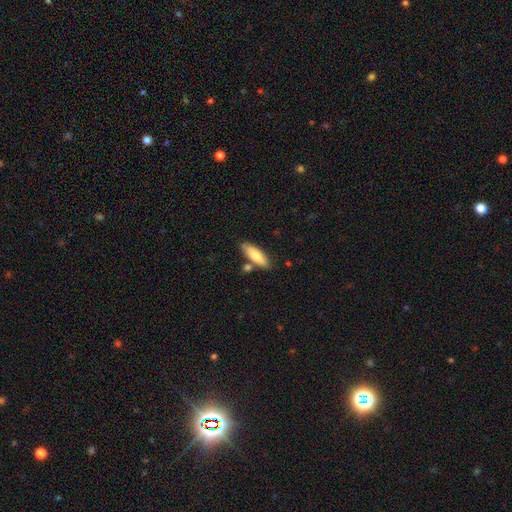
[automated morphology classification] Smooth or featured? smooth (77%)
How rounded? in between (55%)
Merging? none (75%)